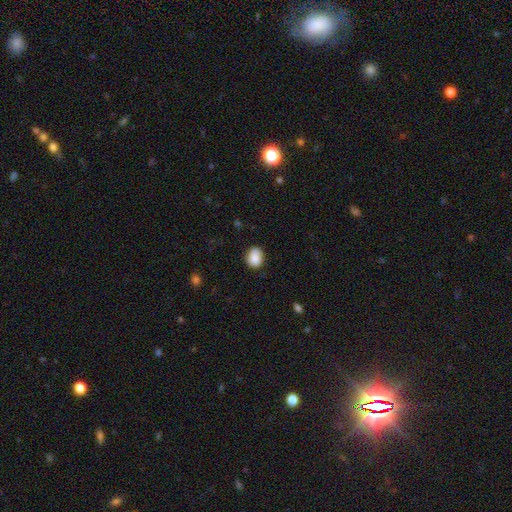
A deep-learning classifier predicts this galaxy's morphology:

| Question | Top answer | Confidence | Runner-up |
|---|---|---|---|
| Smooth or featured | smooth | 87% | star or artifact (8%) |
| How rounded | in between | 51% | round (48%) |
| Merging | none | 79% | minor disturbance (16%) |